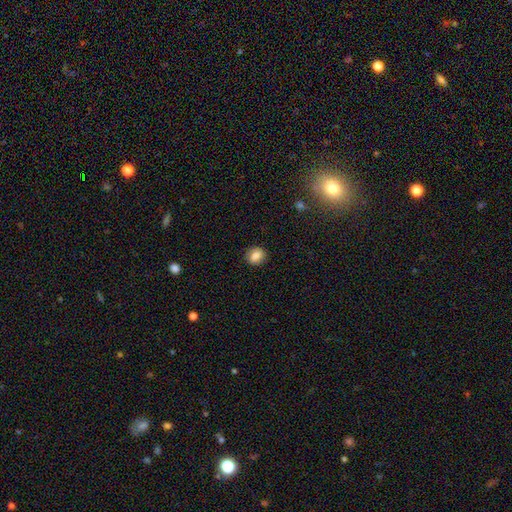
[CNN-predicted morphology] smooth 80%, featured or disk 11%, star or artifact 9%. Down the decision tree: how rounded — round (57%); merging — none (85%).